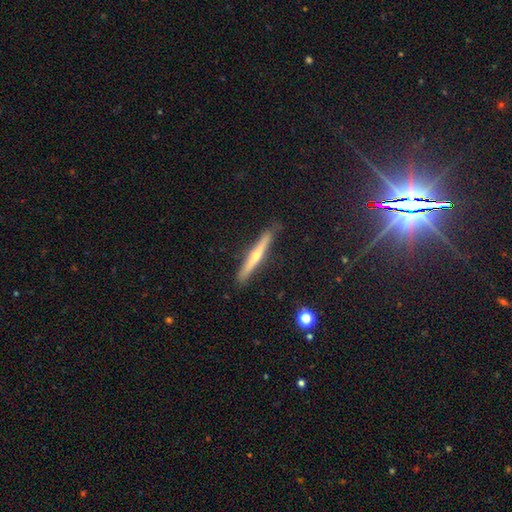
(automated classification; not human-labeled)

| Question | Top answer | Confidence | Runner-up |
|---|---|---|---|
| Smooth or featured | featured or disk | 66% | smooth (27%) |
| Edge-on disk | yes | 97% | no (3%) |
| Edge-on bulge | rounded | 81% | none (16%) |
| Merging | none | 89% | minor disturbance (9%) |